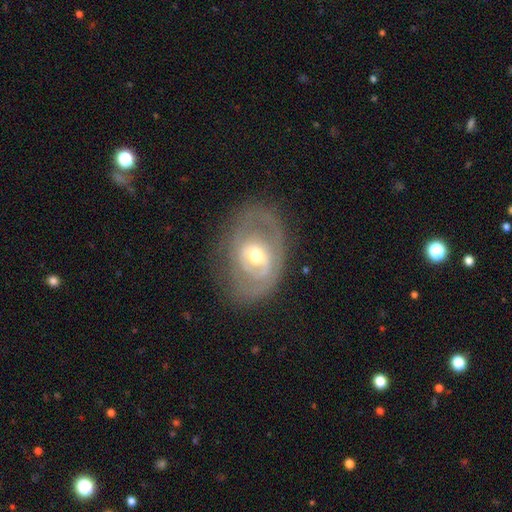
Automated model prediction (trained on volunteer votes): A featured or disk galaxy (71%) with no bar (52%), spiral arms (53%) and a moderate central bulge (67%).

Vote fractions:
- Smooth or featured? featured or disk: 71% / smooth: 23% / star or artifact: 6%
- Edge-on disk? no: 94% / yes: 6%
- Bar? no: 52% / weak: 34% / strong: 13%
- Spiral arms? yes: 53% / no: 47%
- Bulge size? moderate: 67% / small: 24% / large: 7% / dominant: 1% / none: 1%
- Merging? none: 65% / minor disturbance: 20% / major disturbance: 13% / merger: 2%